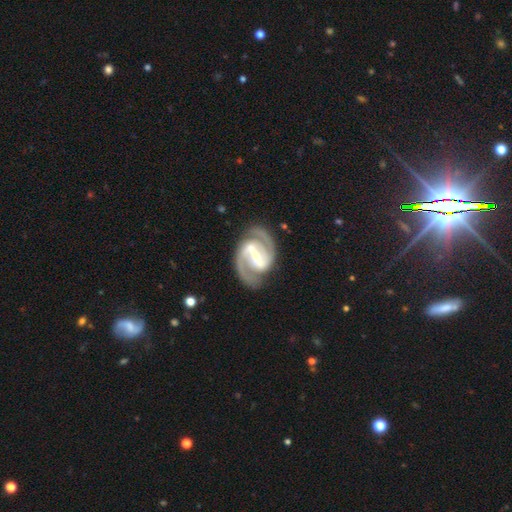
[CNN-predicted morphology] Q: Smooth or featured?
A: featured or disk (91%); runner-up: smooth (5%)
Q: Edge-on disk?
A: no (98%); runner-up: yes (2%)
Q: Bar?
A: strong (72%); runner-up: weak (23%)
Q: Spiral arms?
A: yes (97%); runner-up: no (3%)
Q: Spiral winding?
A: medium (55%); runner-up: tight (34%)
Q: Spiral arm count?
A: 2 (93%); runner-up: can't tell (2%)
Q: Bulge size?
A: small (36%); runner-up: none (30%)
Q: Merging?
A: none (79%); runner-up: minor disturbance (13%)